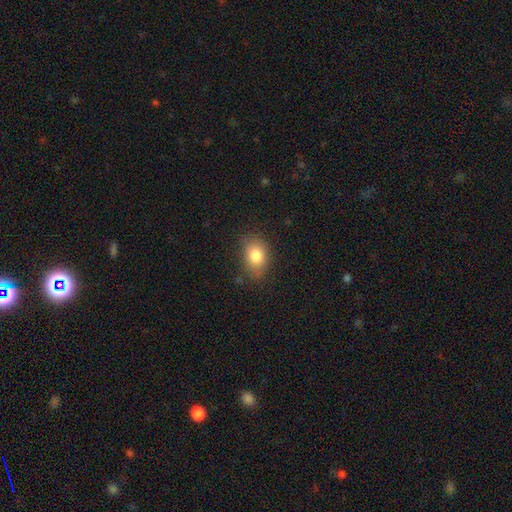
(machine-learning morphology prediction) The model was most divided on "how rounded": in between: 74%, round: 25%, cigar-shaped: 1%. More confident: smooth or featured — smooth (82%); merging — none (76%).